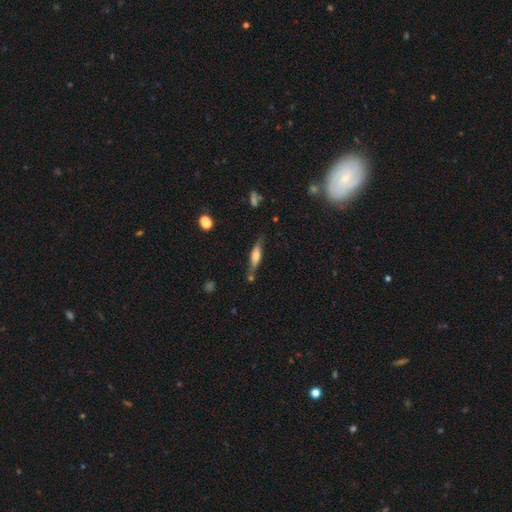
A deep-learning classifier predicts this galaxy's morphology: Smooth or featured? Predicted: featured or disk (p=0.49). Merging? Predicted: none (p=0.71).